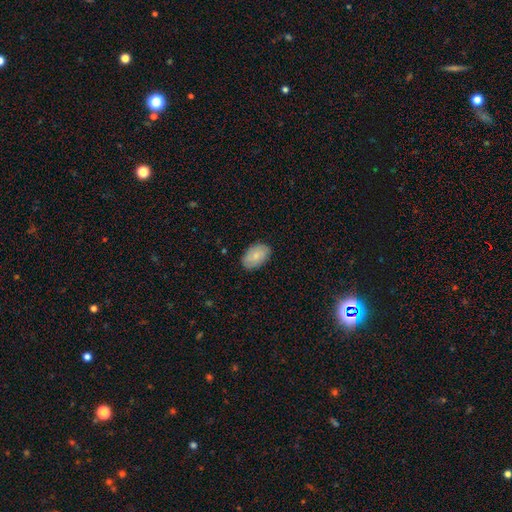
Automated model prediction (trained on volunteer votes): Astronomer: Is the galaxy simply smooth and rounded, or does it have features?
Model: smooth — 76%.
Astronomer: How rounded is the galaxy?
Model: in between — 91%.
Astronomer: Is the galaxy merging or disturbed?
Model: none — 85%.